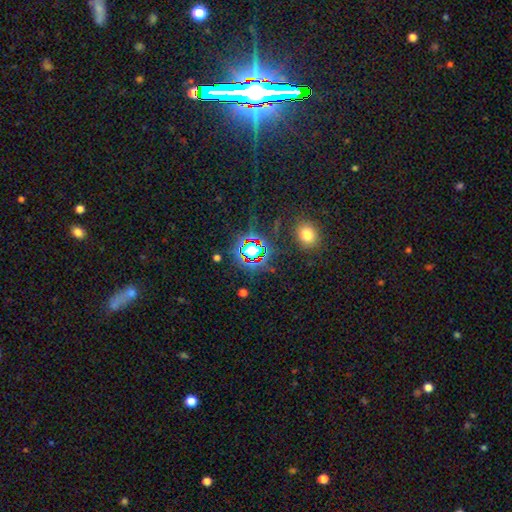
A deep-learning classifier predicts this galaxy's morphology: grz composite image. It shows a star or artifact, not a galaxy (73%).